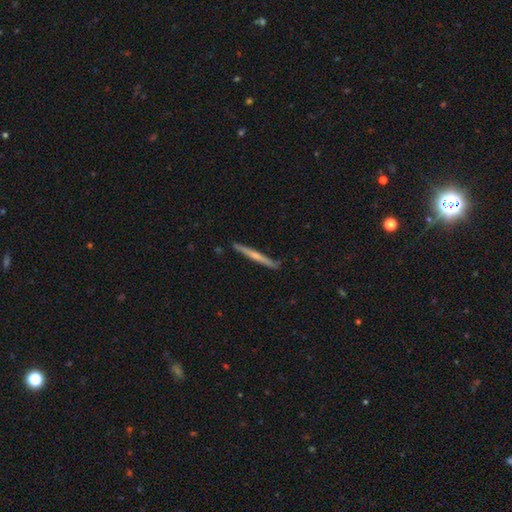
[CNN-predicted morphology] type=featured or disk (55%); edge-on=yes (97%); edge-on bulge=rounded (53%); merging=none (86%).